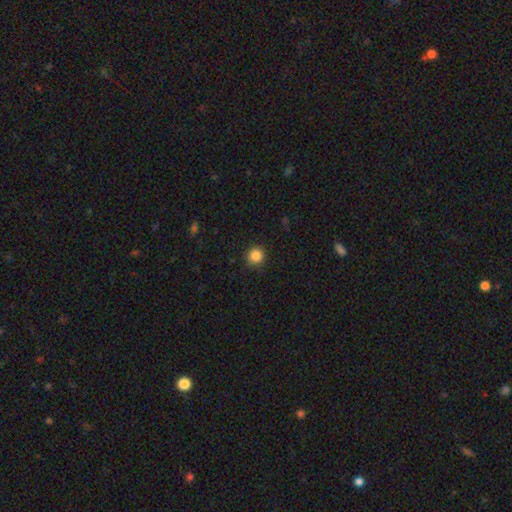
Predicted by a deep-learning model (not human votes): This is clearly a smooth galaxy (85%). How rounded: clearly round (93%). Merging: clearly none (90%).